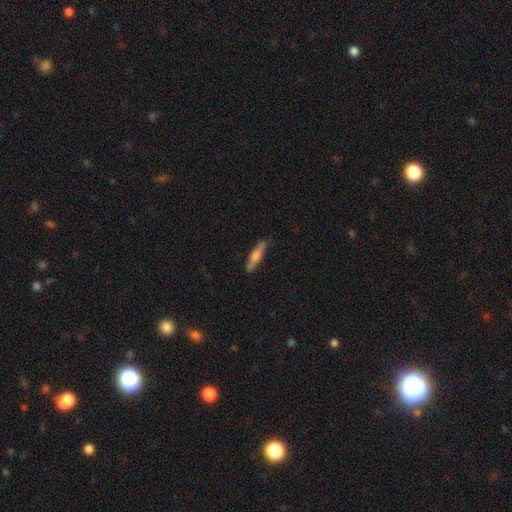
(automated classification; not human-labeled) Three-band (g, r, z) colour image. It shows a smooth galaxy with no disk features (54%) that is cigar-shaped (84%). Merging: none (83%).